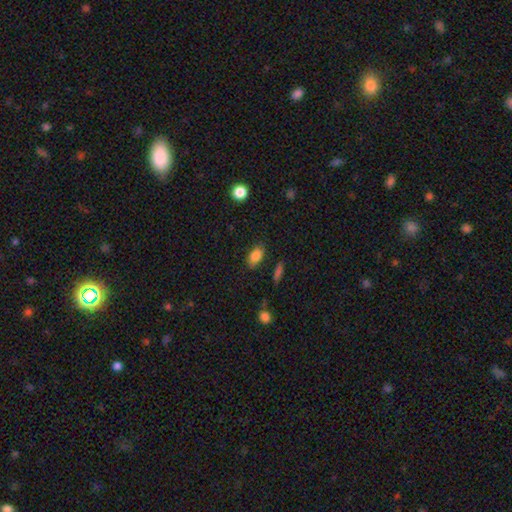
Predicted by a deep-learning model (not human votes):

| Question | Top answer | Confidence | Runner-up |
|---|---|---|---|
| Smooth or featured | smooth | 84% | star or artifact (9%) |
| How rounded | in between | 88% | round (8%) |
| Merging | none | 80% | minor disturbance (15%) |